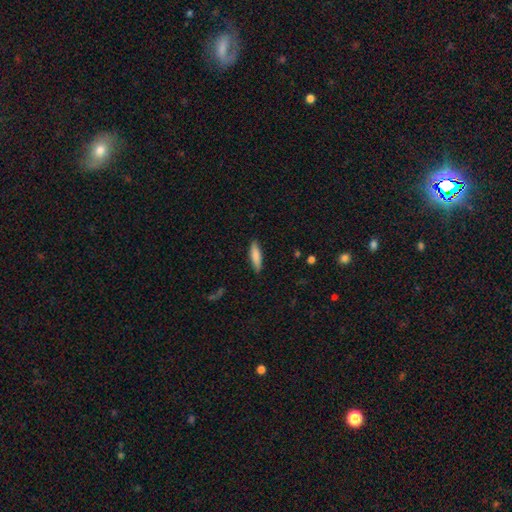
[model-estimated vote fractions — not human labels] Smooth or featured? smooth (83%)
How rounded? cigar-shaped (67%)
Merging? none (88%)